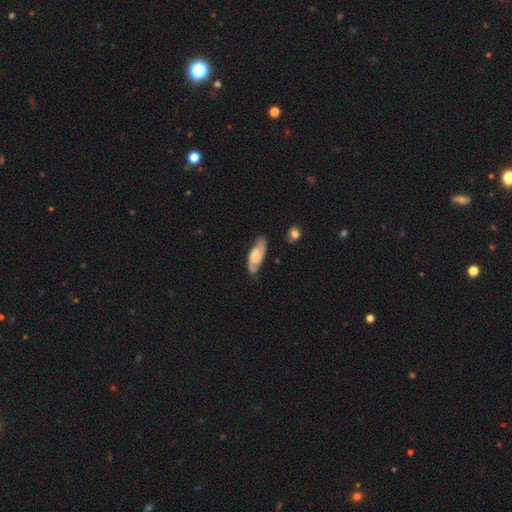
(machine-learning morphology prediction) featured or disk 65%, smooth 29%, star or artifact 6%. Down the decision tree: edge-on disk — no (90%); bar — no (63%); spiral arms — yes (92%); spiral arm count — 2 (84%); spiral winding — medium (44%); bulge size — small (34%); merging — none (73%).